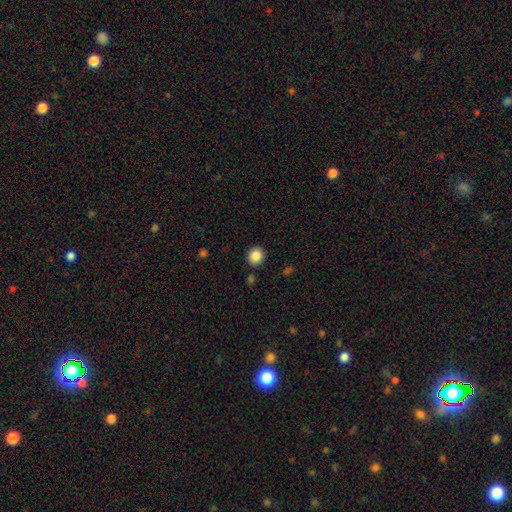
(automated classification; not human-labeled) Smooth or featured? smooth (86%)
How rounded? round (85%)
Merging? none (88%)